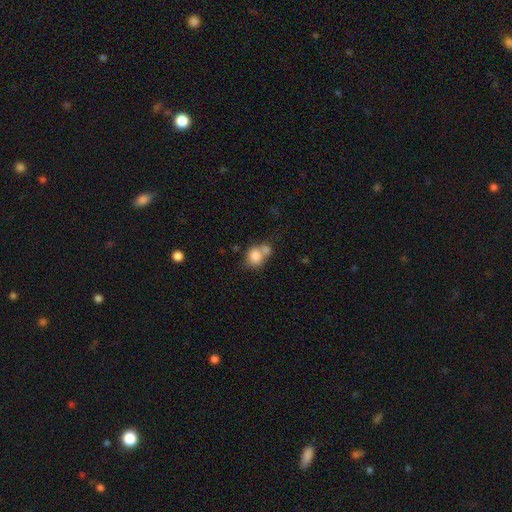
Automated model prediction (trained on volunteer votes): A smooth galaxy with no disk features (81%) that is round (68%).

Vote fractions:
- Smooth or featured? smooth: 81% / featured or disk: 10% / star or artifact: 9%
- How rounded? round: 68% / in between: 31% / cigar-shaped: 1%
- Merging? merger: 48% / none: 36% / minor disturbance: 11% / major disturbance: 5%